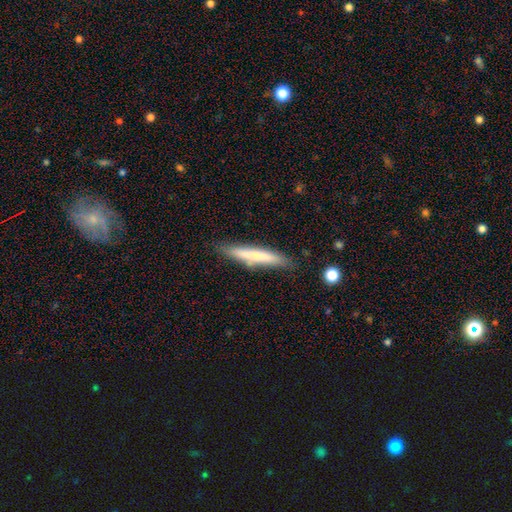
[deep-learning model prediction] Q: Smooth or featured?
A: smooth (65%); runner-up: featured or disk (29%)
Q: How rounded?
A: cigar-shaped (94%); runner-up: in between (5%)
Q: Merging?
A: none (83%); runner-up: minor disturbance (12%)